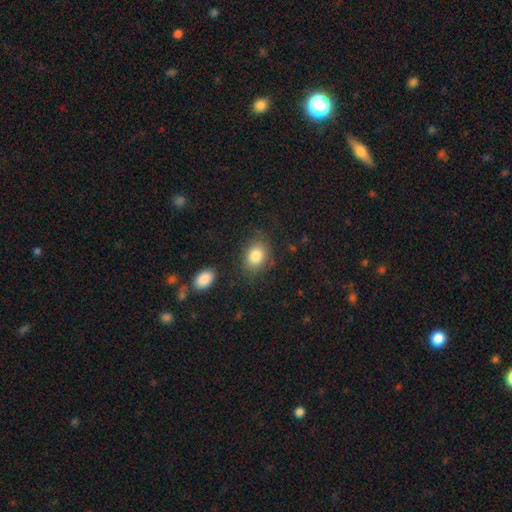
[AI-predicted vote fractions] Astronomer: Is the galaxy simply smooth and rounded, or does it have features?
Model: smooth — 83%.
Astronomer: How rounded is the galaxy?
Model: in between — 60% (runner-up: round, 39%).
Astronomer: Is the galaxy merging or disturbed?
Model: none — 78%.